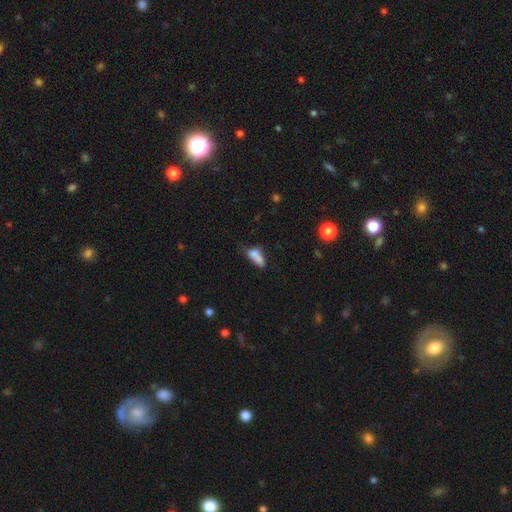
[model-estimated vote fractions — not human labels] smooth 71%, featured or disk 17%, star or artifact 12%. Down the decision tree: how rounded — in between (70%); merging — none (30%).